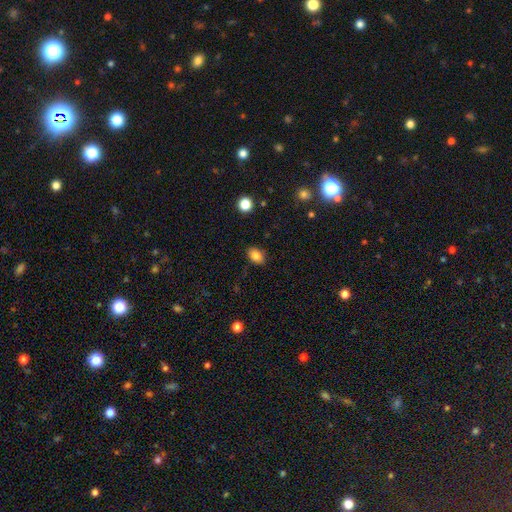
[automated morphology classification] smooth_or_featured: smooth (p=0.83) [alt: star or artifact p=0.10]
how_rounded: in between (p=0.75) [alt: round p=0.24]
merging: none (p=0.86) [alt: minor disturbance p=0.10]